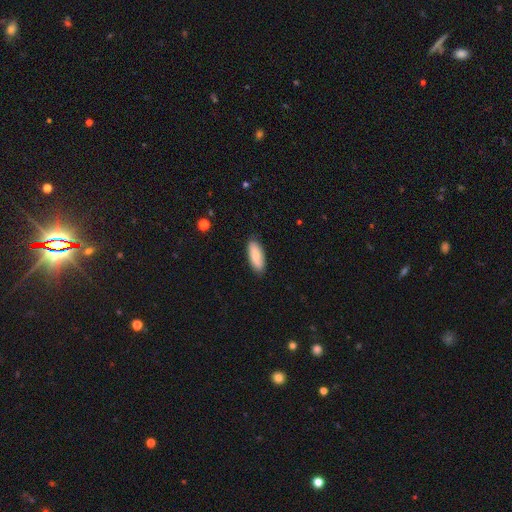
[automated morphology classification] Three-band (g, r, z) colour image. It shows a smooth galaxy with no disk features (77%) that is in between round and cigar-shaped (77%). Merging: none (86%).